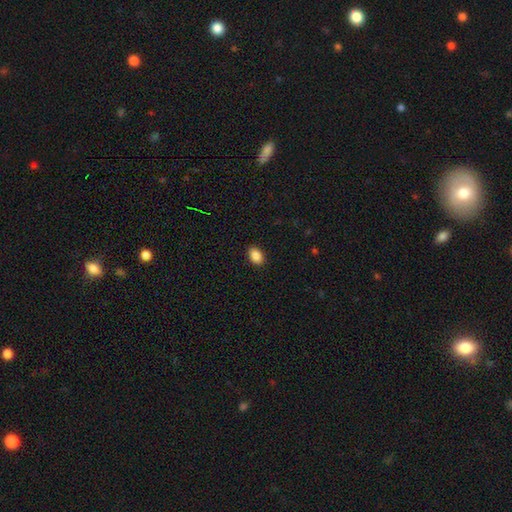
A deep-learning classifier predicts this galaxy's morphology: smooth_or_featured: smooth (p=0.87) [alt: star or artifact p=0.08]
how_rounded: in between (p=0.86) [alt: round p=0.13]
merging: none (p=0.90) [alt: minor disturbance p=0.07]